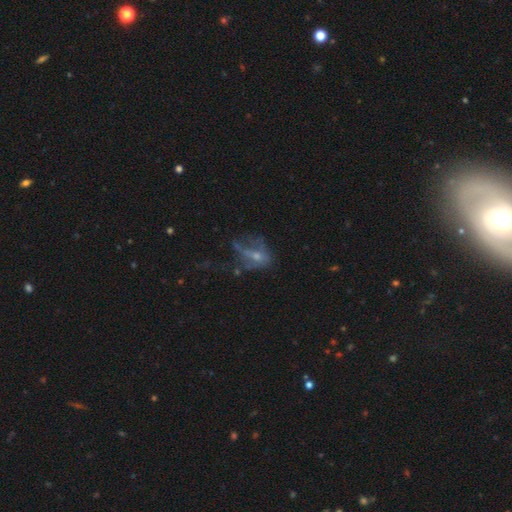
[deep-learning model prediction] Q: Smooth or featured?
A: featured or disk (48%); runner-up: smooth (35%)
Q: Merging?
A: major disturbance (46%); runner-up: none (29%)